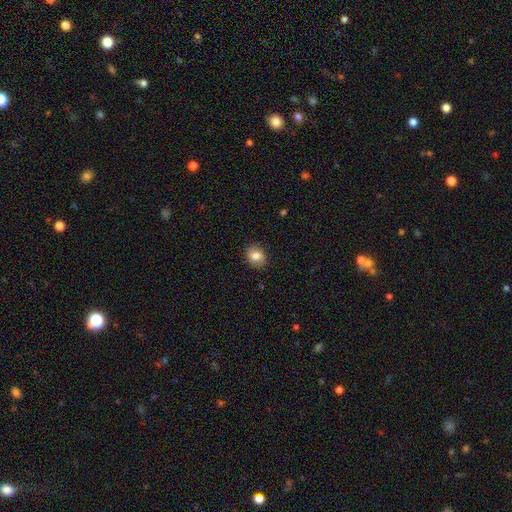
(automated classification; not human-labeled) This is likely a smooth galaxy (78%). How rounded: possibly round (50%). Merging: clearly none (84%).